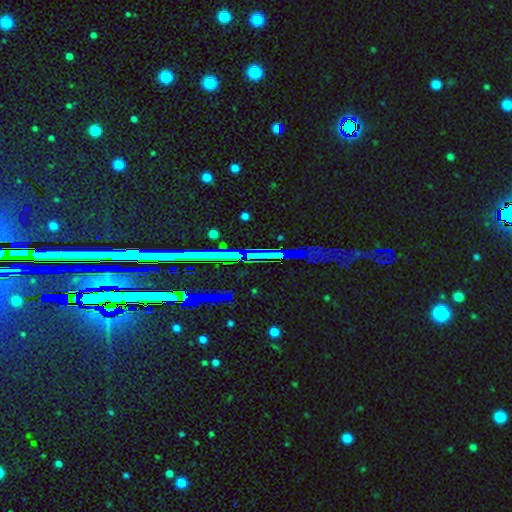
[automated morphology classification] Q: Smooth or featured?
A: star or artifact (70%); runner-up: featured or disk (16%)